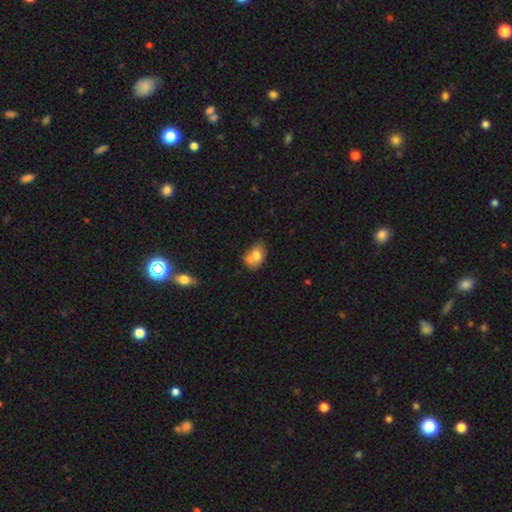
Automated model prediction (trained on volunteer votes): smooth 72%, featured or disk 20%, star or artifact 9%. Down the decision tree: how rounded — in between (78%); merging — merger (38%).